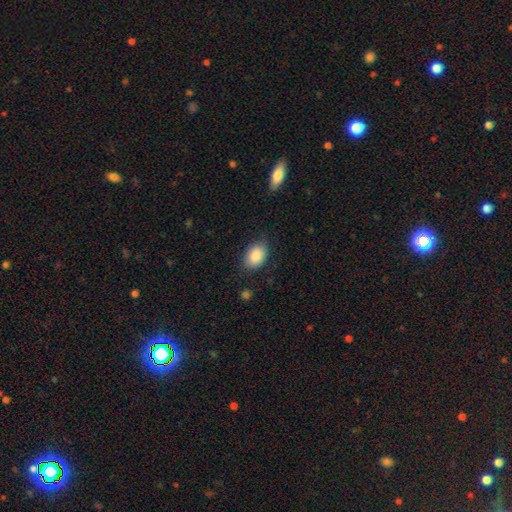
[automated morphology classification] Overall: smooth (88%). How rounded: in between (83%). Merging: none (78%).